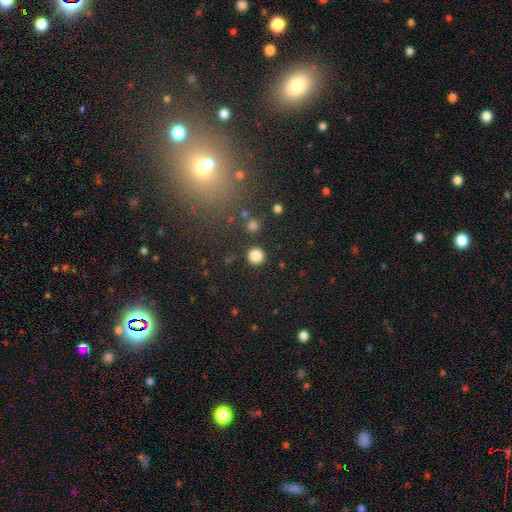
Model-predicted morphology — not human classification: A smooth galaxy with no disk features (84%) that is round (94%). Merging: none (90%).